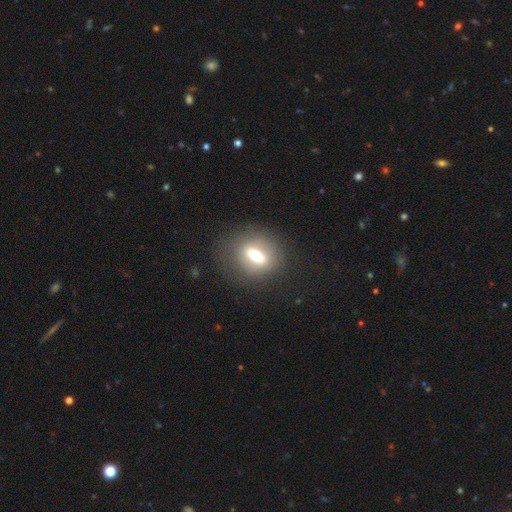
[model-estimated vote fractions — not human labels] Smooth or featured? smooth (55%)
How rounded? in between (51%)
Merging? none (82%)